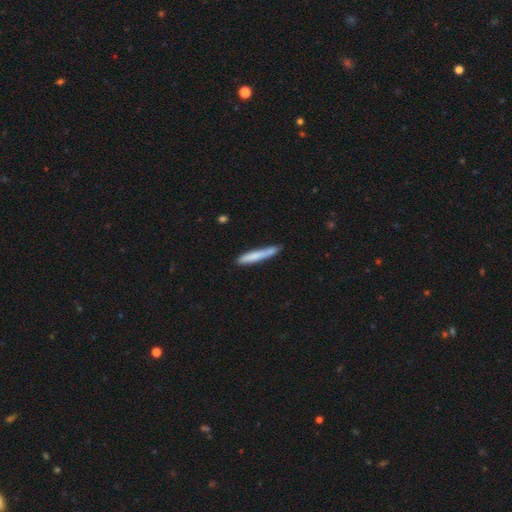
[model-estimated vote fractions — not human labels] This is likely a smooth galaxy (73%). How rounded: clearly cigar-shaped (95%). Merging: likely none (78%).